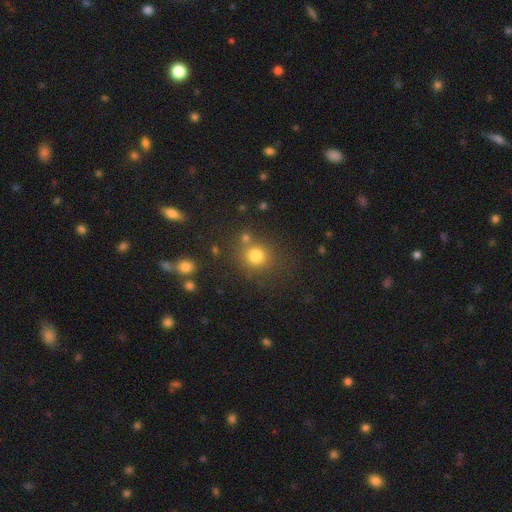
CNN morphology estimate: This is likely a smooth galaxy (78%). How rounded: clearly round (86%). Merging: likely none (71%).